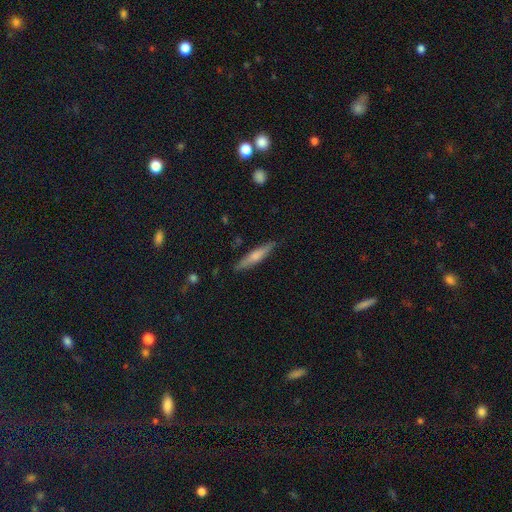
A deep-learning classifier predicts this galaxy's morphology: Smooth or featured: smooth — 57% (featured or disk — 37%)
How rounded: cigar-shaped — 89% (in between — 9%)
Merging: none — 87% (minor disturbance — 10%)